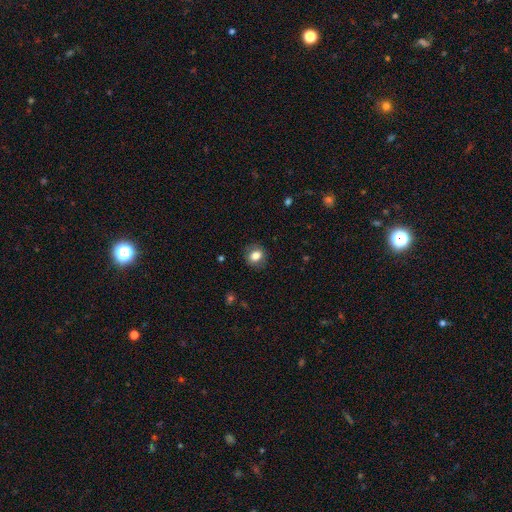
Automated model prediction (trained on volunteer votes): smooth-or-featured: smooth: 80% | featured or disk: 11% | star or artifact: 10%
  how-rounded: round: 65% | in between: 34% | cigar-shaped: 1%
  merging: none: 85% | minor disturbance: 11% | major disturbance: 3% | merger: 1%